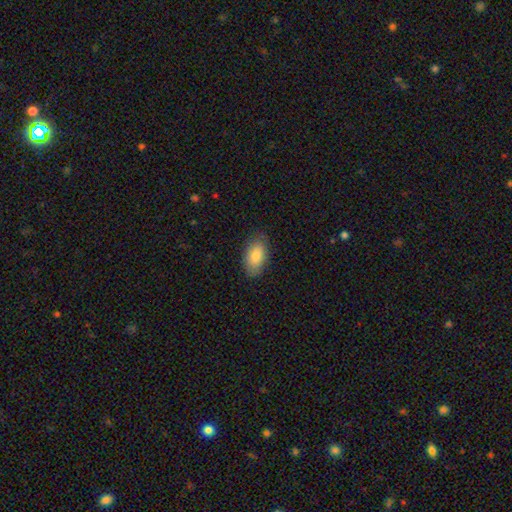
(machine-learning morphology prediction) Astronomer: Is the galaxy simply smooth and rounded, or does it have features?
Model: smooth — 85%.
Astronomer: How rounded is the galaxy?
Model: in between — 93%.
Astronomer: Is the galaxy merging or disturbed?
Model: none — 84%.